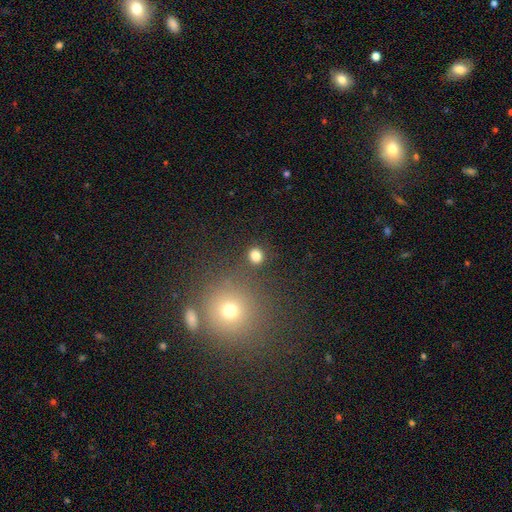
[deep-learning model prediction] Smooth or featured: smooth — 81% (star or artifact — 15%)
How rounded: round — 87% (in between — 12%)
Merging: none — 86% (minor disturbance — 6%)